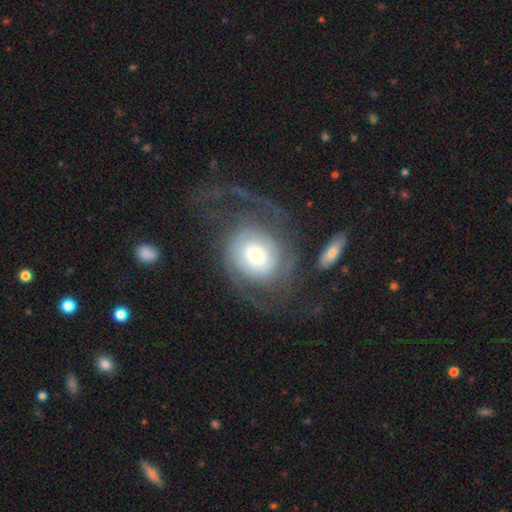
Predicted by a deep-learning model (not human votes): Smooth or featured?
  - featured or disk: 73% *
  - smooth: 21%
  - star or artifact: 7%
Edge-on disk?
  - no: 96% *
  - yes: 4%
Bar?
  - no: 75% *
  - weak: 19%
  - strong: 6%
Spiral arms?
  - yes: 85% *
  - no: 15%
Spiral winding?
  - tight: 44% *
  - medium: 32%
  - loose: 24%
Spiral arm count?
  - 2: 51% *
  - can't tell: 25%
  - 3: 8%
  - 1: 8%
  - 4: 4%
  - more than 4: 4%
Bulge size?
  - small: 38% * (tied)
  - moderate: 38% * (tied)
  - large: 17%
  - dominant: 6%
  - none: 2%
Merging?
  - none: 47% *
  - major disturbance: 33%
  - minor disturbance: 15%
  - merger: 5%